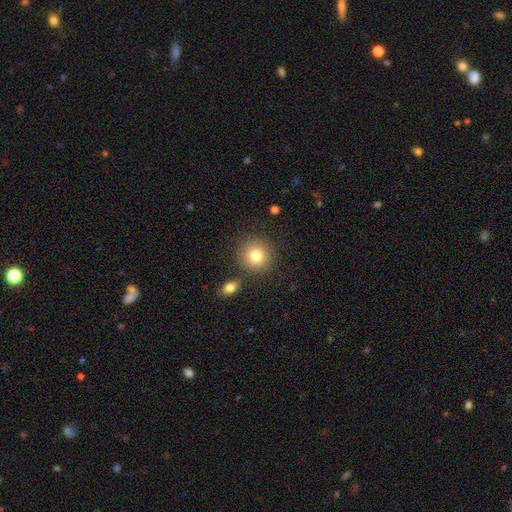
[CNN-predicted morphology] Overall: smooth (81%). How rounded: round (90%). Merging: none (83%).